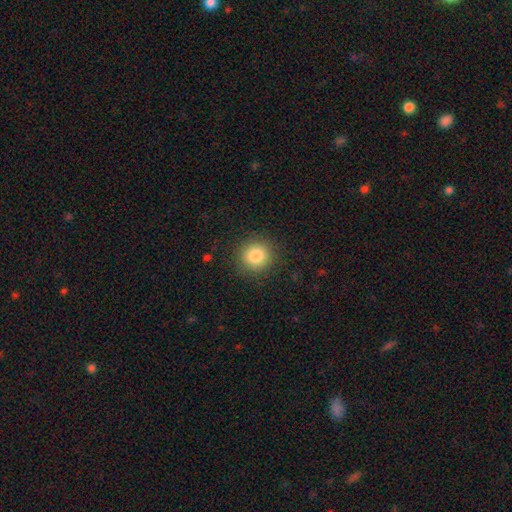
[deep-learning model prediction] Smooth or featured? Predicted: smooth (p=0.85). How rounded? Predicted: round (p=0.92). Merging? Predicted: none (p=0.89).